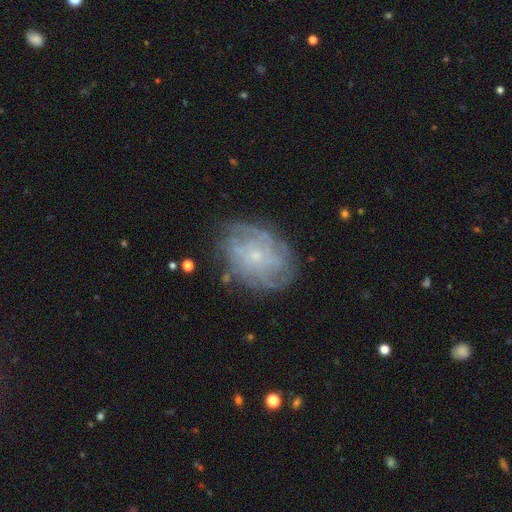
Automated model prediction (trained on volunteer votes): Smooth or featured: featured or disk — 74% (smooth — 17%)
Edge-on disk: no — 97% (yes — 3%)
Bar: no — 79% (weak — 18%)
Spiral arms: yes — 84% (no — 16%)
Spiral winding: tight — 59% (medium — 29%)
Spiral arm count: can't tell — 49% (4 — 15%)
Bulge size: small — 78% (moderate — 16%)
Merging: none — 73% (minor disturbance — 18%)